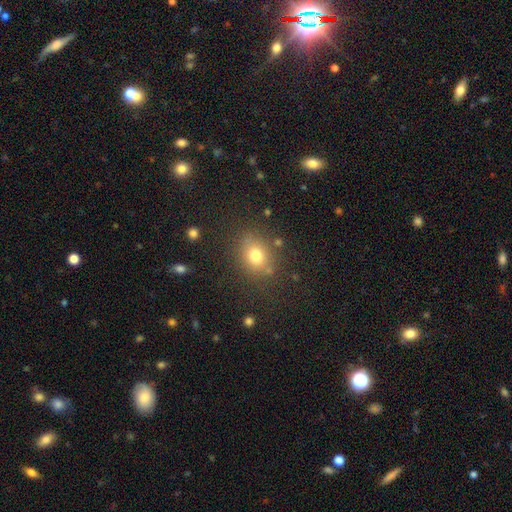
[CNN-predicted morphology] Smooth or featured? smooth (76%)
How rounded? round (59%)
Merging? none (79%)